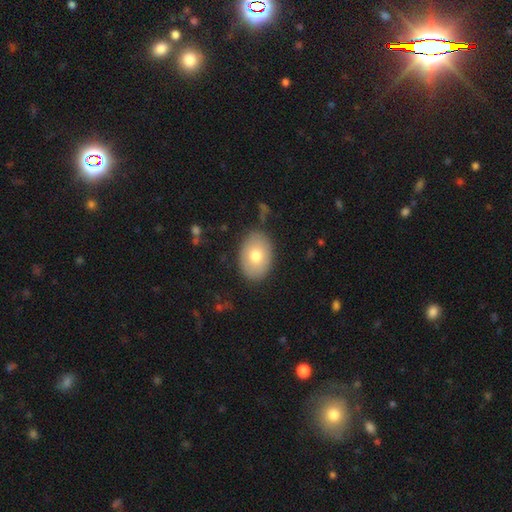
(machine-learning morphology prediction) Q: Smooth or featured?
A: smooth (74%); runner-up: featured or disk (19%)
Q: How rounded?
A: in between (82%); runner-up: round (17%)
Q: Merging?
A: none (84%); runner-up: minor disturbance (11%)